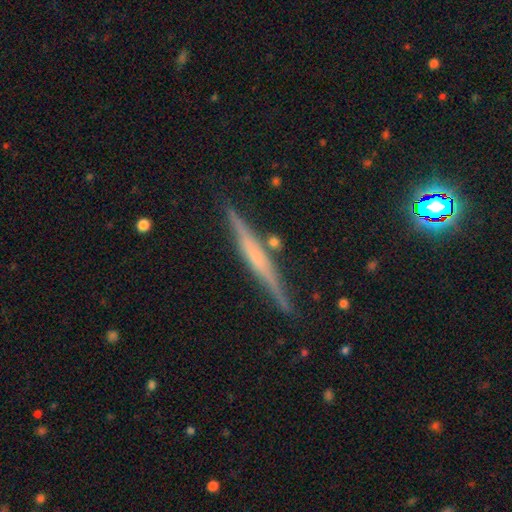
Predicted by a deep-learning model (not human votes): Smooth or featured?
  - featured or disk: 67% *
  - smooth: 26%
  - star or artifact: 7%
Edge-on disk?
  - yes: 97% *
  - no: 3%
Edge-on bulge?
  - none: 51% *
  - rounded: 31%
  - boxy: 18%
Merging?
  - none: 85% *
  - minor disturbance: 10%
  - merger: 3%
  - major disturbance: 2%